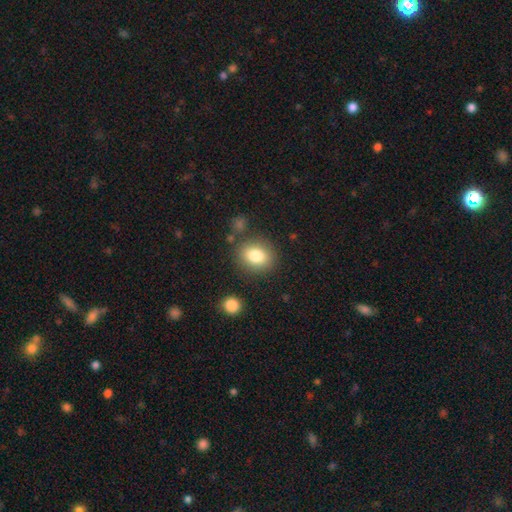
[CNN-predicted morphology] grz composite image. It shows a smooth galaxy with no disk features (81%) that is round (59%). Merging: none (81%).